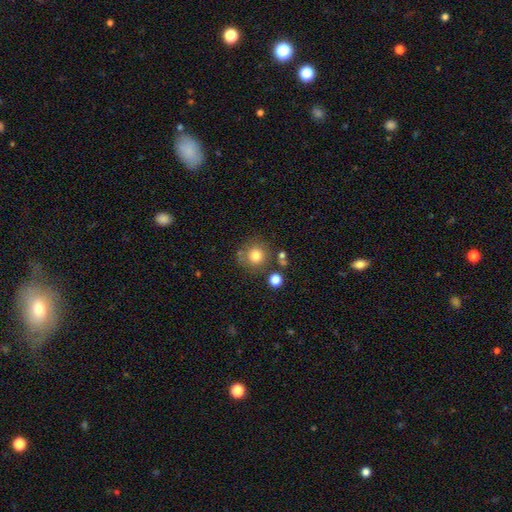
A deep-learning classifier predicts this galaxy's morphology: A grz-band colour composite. It shows a smooth galaxy with no disk features (79%) that is round (92%). Merging: none (75%).